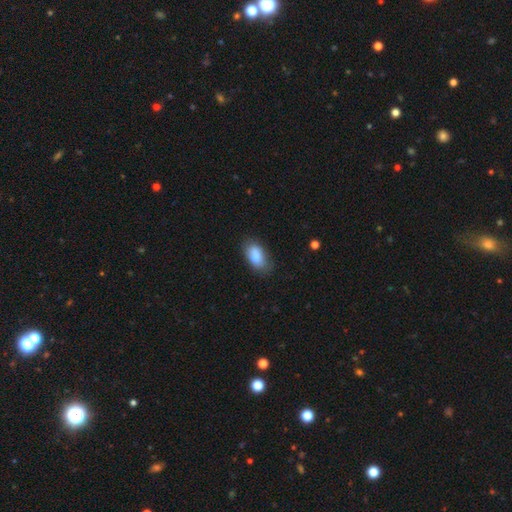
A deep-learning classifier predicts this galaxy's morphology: Q: Smooth or featured?
A: smooth (86%); runner-up: featured or disk (7%)
Q: How rounded?
A: in between (92%); runner-up: round (5%)
Q: Merging?
A: none (70%); runner-up: minor disturbance (23%)